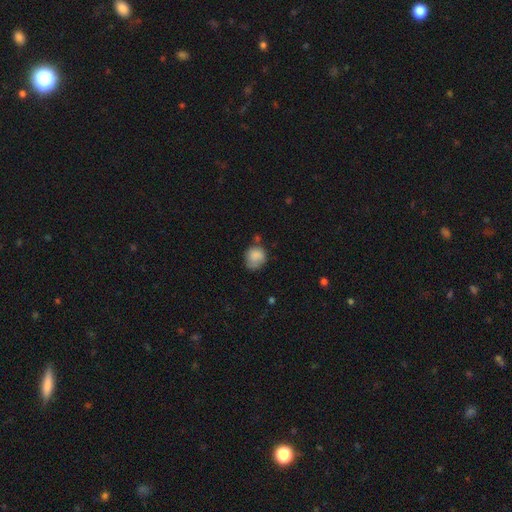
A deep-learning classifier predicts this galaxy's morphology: smooth_or_featured: smooth (p=0.82) [alt: featured or disk p=0.09]
how_rounded: round (p=0.72) [alt: in between p=0.27]
merging: none (p=0.53) [alt: minor disturbance p=0.31]